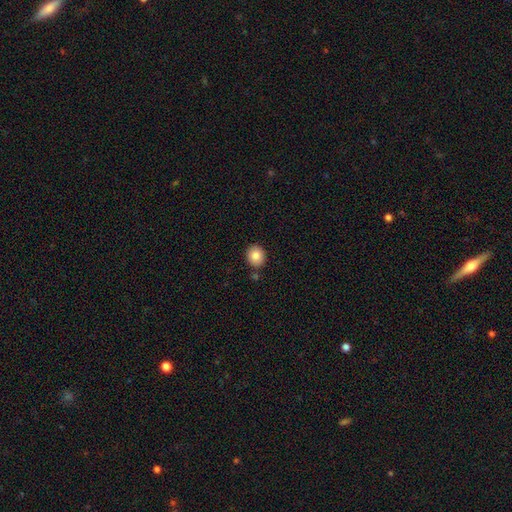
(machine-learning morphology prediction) Smooth or featured? Predicted: smooth (p=0.85). How rounded? Predicted: round (p=0.72). Merging? Predicted: none (p=0.84).